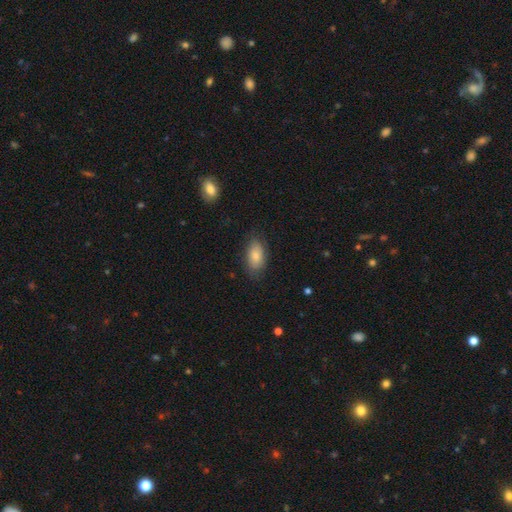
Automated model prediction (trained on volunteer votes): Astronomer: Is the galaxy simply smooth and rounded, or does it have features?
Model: smooth — 79%.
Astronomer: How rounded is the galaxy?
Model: in between — 92%.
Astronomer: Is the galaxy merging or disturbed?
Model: none — 78%.